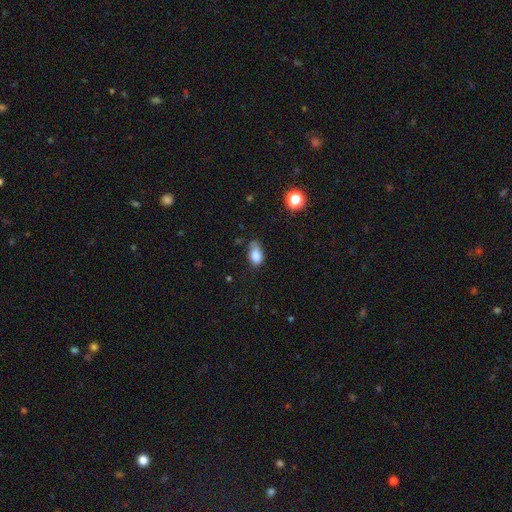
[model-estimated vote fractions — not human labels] Overall: smooth (83%). How rounded: in between (86%). Merging: minor disturbance (42%; none 40%).